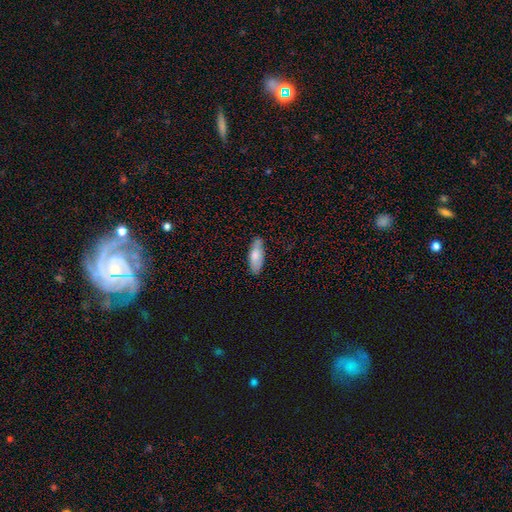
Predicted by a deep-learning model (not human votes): A smooth galaxy with no disk features (76%) that is in between round and cigar-shaped (75%).

Vote fractions:
- Smooth or featured? smooth: 76% / featured or disk: 18% / star or artifact: 6%
- How rounded? in between: 75% / cigar-shaped: 23% / round: 2%
- Merging? none: 80% / minor disturbance: 16% / major disturbance: 3% / merger: 1%